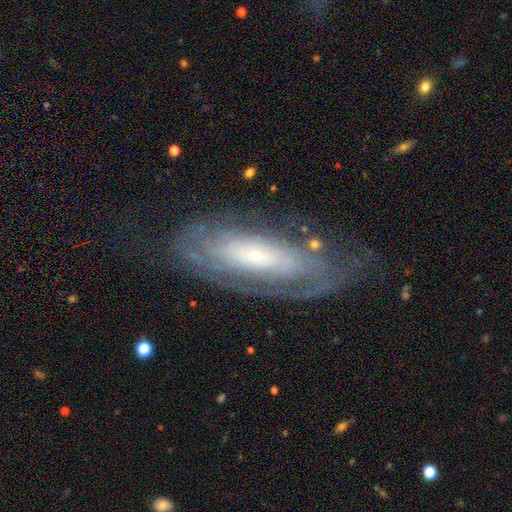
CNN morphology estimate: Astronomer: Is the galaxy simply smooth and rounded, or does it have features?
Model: featured or disk — 76%.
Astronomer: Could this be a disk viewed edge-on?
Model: no — 86%.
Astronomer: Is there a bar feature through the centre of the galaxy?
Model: no — 74%.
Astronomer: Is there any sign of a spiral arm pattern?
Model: yes — 84%.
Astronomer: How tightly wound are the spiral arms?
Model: tight — 71%.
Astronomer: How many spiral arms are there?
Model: can't tell — 58%.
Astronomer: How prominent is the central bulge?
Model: small — 78%.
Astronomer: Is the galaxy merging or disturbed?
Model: none — 65%.